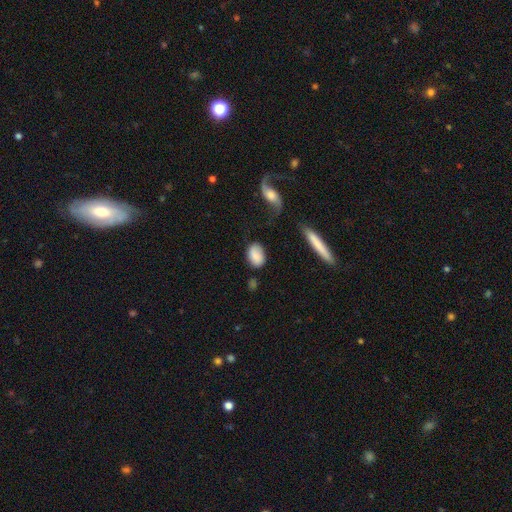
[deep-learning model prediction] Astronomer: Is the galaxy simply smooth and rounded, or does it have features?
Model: smooth — 81%.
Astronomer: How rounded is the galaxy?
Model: in between — 83%.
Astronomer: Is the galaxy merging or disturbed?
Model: none — 72%.